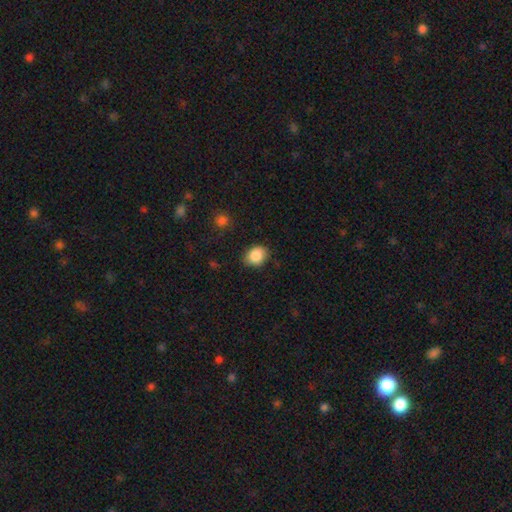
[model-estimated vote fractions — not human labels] Smooth or featured? Predicted: smooth (p=0.87). How rounded? Predicted: round (p=0.53). Merging? Predicted: none (p=0.81).